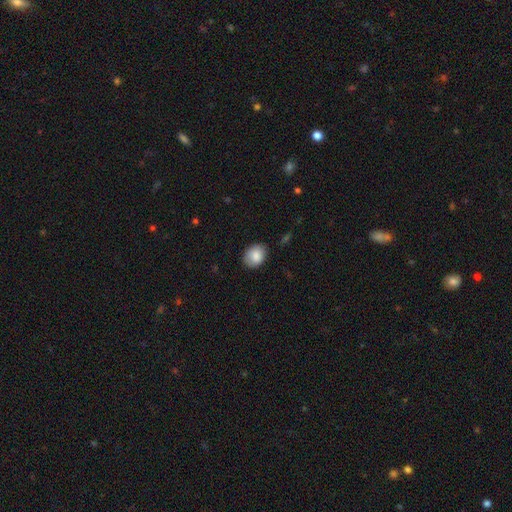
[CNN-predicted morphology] Smooth or featured: smooth — 85% (featured or disk — 8%)
How rounded: in between — 59% (round — 40%)
Merging: none — 78% (minor disturbance — 17%)